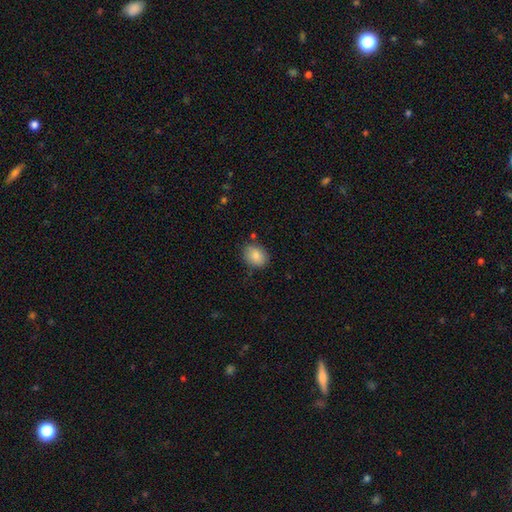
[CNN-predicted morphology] Smooth or featured? smooth (84%)
How rounded? in between (63%)
Merging? none (77%)